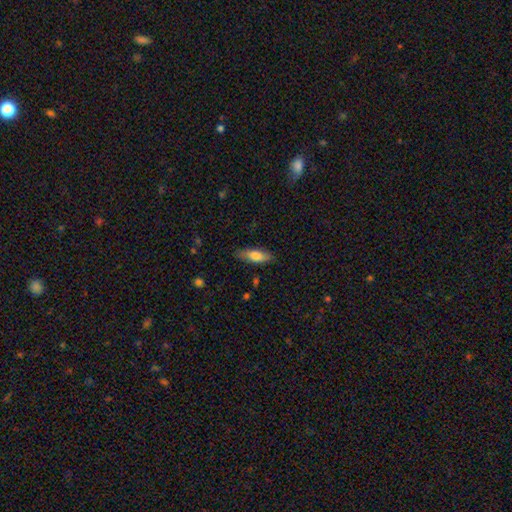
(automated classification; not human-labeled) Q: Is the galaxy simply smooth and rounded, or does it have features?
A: smooth — 72%.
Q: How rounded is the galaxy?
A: in between — 60%.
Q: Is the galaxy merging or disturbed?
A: none — 82%.